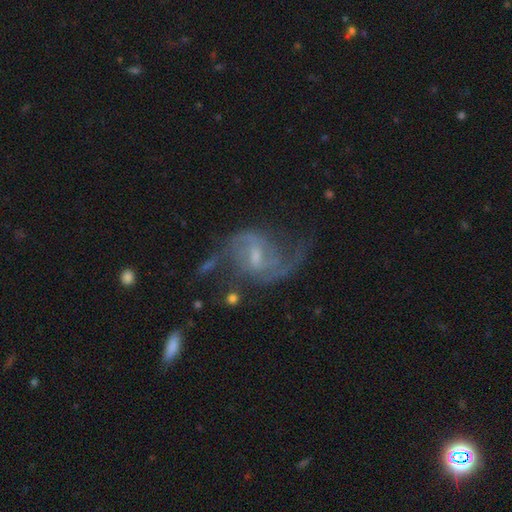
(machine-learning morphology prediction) Smooth or featured: featured or disk — 86% (star or artifact — 7%)
Edge-on disk: no — 97% (yes — 3%)
Bar: weak — 59% (no — 23%)
Spiral arms: yes — 95% (no — 5%)
Spiral winding: loose — 51% (medium — 39%)
Spiral arm count: 2 — 85% (can't tell — 6%)
Bulge size: small — 53% (moderate — 33%)
Merging: none — 58% (minor disturbance — 19%)